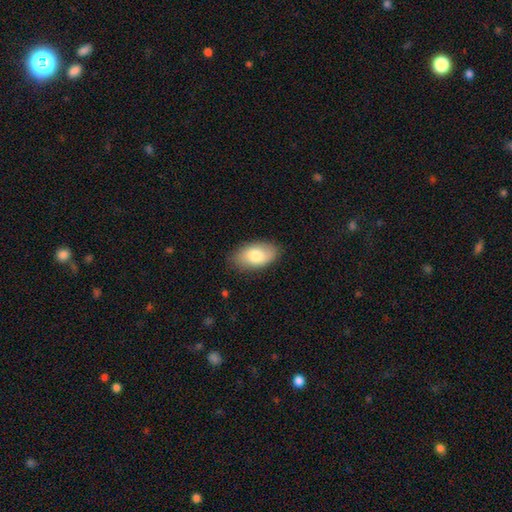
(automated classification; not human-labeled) smooth_or_featured: smooth (p=0.78) [alt: featured or disk p=0.16]
how_rounded: in between (p=0.94) [alt: round p=0.04]
merging: none (p=0.84) [alt: minor disturbance p=0.13]